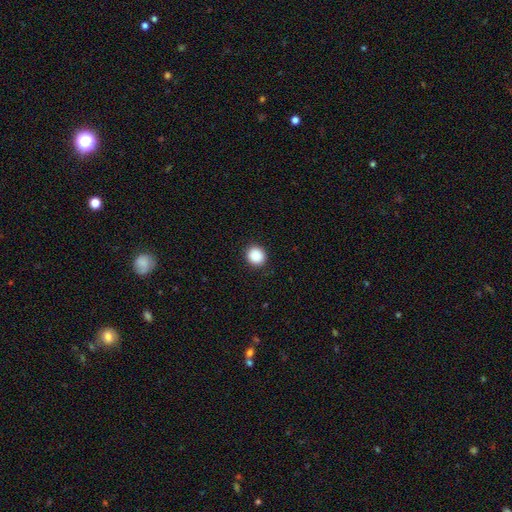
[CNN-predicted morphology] A smooth galaxy with no disk features (89%) that is round (82%).

Vote fractions:
- Smooth or featured? smooth: 89% / star or artifact: 8% / featured or disk: 2%
- How rounded? round: 82% / in between: 17% / cigar-shaped: 1%
- Merging? none: 90% / minor disturbance: 7% / major disturbance: 2% / merger: 1%